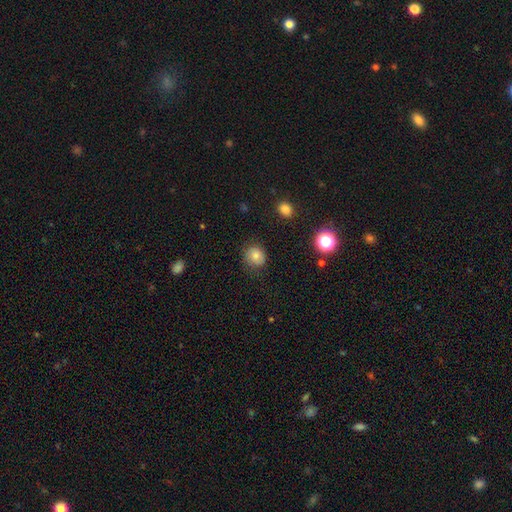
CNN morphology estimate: Overall: smooth (76%). How rounded: round (79%). Merging: none (76%).